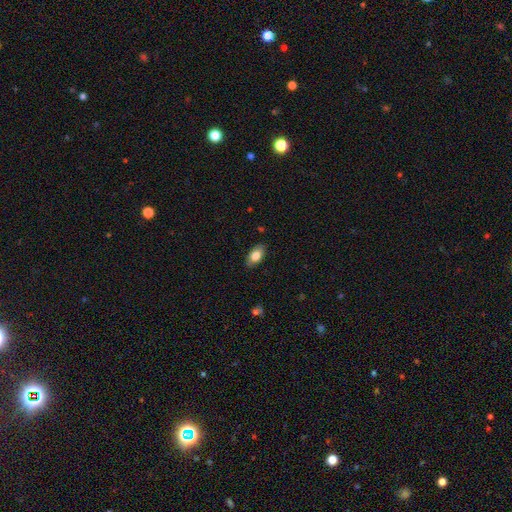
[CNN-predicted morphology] The model was most divided on "smooth or featured": smooth: 80%, featured or disk: 13%, star or artifact: 7%. More confident: how rounded — in between (91%); merging — none (87%).